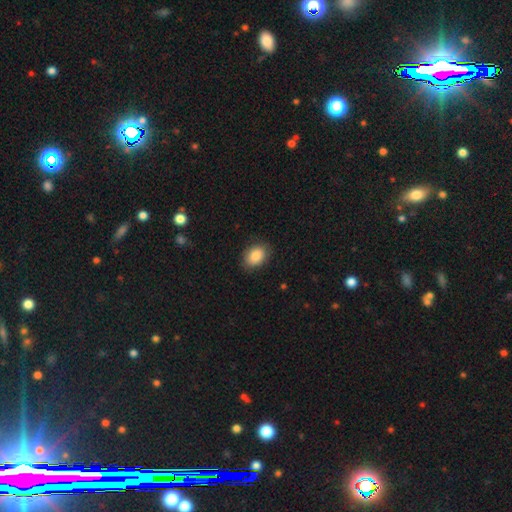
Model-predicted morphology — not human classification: type=smooth (87%); roundness=in between (76%); merging=none (85%).